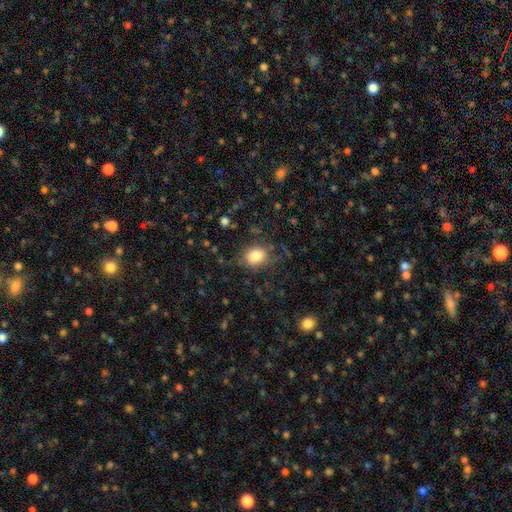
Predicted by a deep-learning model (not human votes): Smooth or featured? Predicted: smooth (p=0.82). How rounded? Predicted: round (p=0.52). Merging? Predicted: none (p=0.72).